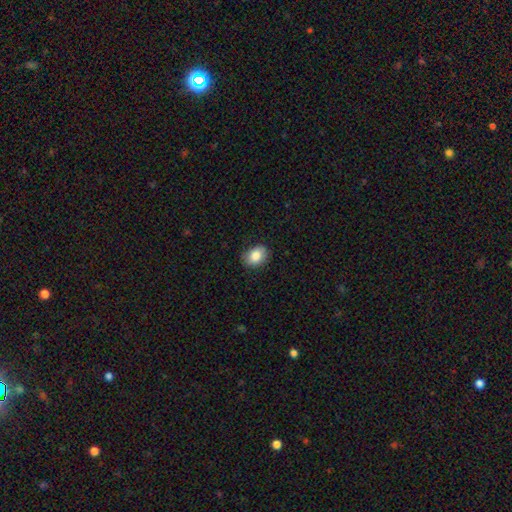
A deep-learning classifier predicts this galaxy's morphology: Smooth or featured: smooth — 85% (featured or disk — 8%)
How rounded: in between — 64% (round — 35%)
Merging: none — 80% (minor disturbance — 16%)